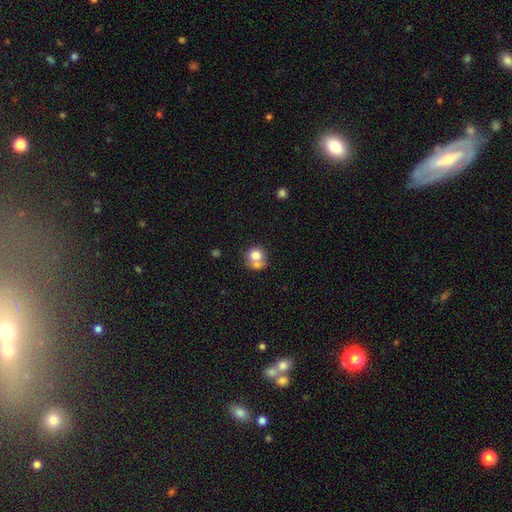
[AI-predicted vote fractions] Smooth or featured? smooth (75%)
How rounded? round (76%)
Merging? merger (45%)